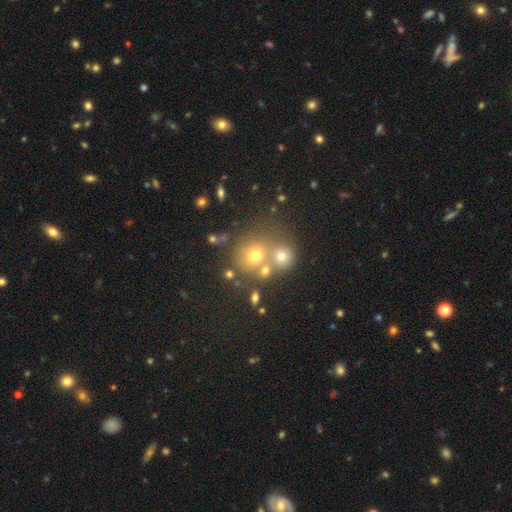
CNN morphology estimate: smooth 61%, star or artifact 22%, featured or disk 17%. Down the decision tree: how rounded — round (82%); merging — none (49%).